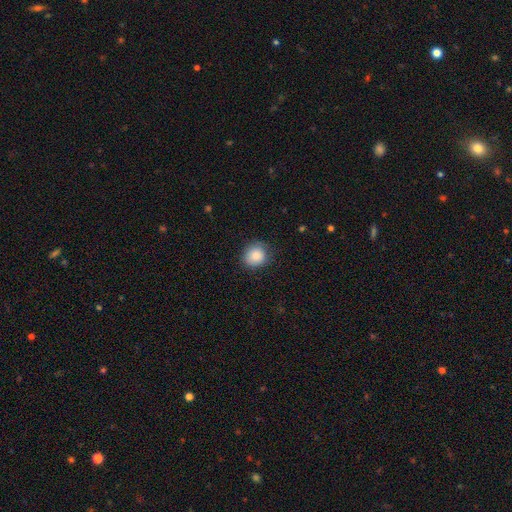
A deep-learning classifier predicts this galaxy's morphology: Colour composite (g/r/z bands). It shows a smooth galaxy with no disk features (87%) that is round (85%). Merging: none (81%).